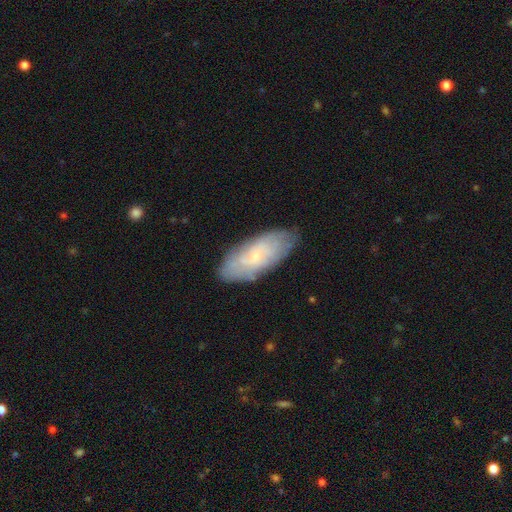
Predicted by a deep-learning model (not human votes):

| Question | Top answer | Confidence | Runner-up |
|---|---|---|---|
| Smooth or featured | featured or disk | 47% | smooth (46%) |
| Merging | none | 78% | minor disturbance (17%) |